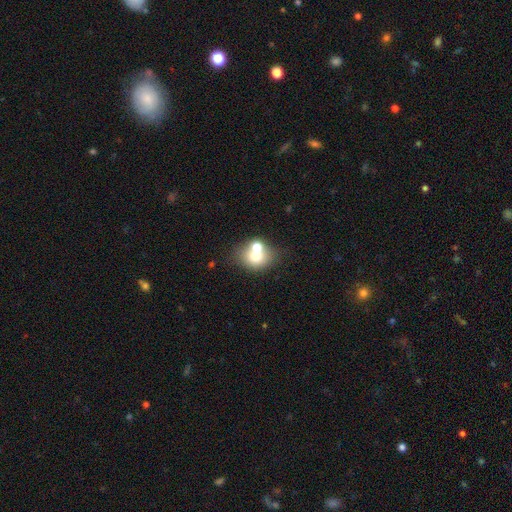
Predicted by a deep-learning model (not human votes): smooth 67%, featured or disk 21%, star or artifact 13%. Down the decision tree: how rounded — round (62%); merging — none (46%).